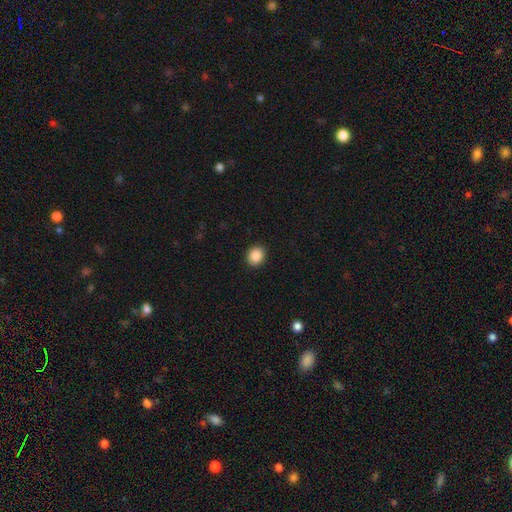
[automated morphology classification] smooth_or_featured: smooth (p=0.89) [alt: star or artifact p=0.09]
how_rounded: round (p=0.71) [alt: in between p=0.28]
merging: none (p=0.92) [alt: minor disturbance p=0.06]